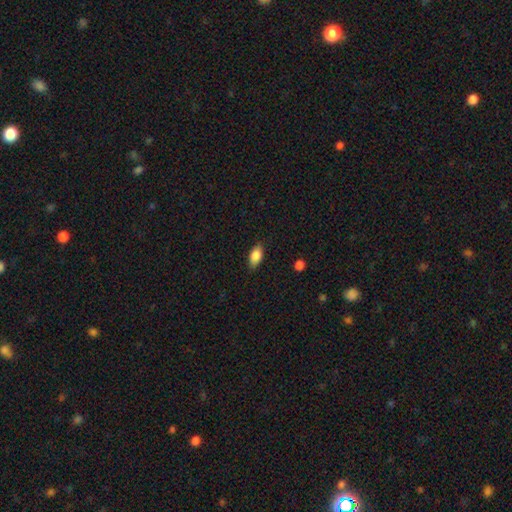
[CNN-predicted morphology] Smooth or featured? Predicted: smooth (p=0.85). How rounded? Predicted: in between (p=0.89). Merging? Predicted: none (p=0.85).